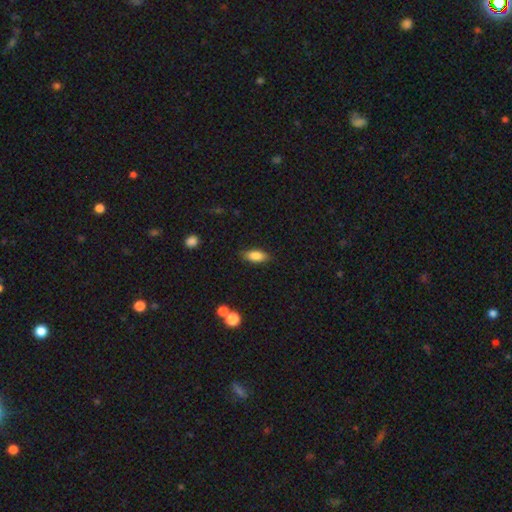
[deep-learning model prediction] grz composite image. It shows a smooth galaxy with no disk features (82%) that is in between round and cigar-shaped (81%). Merging: none (84%).